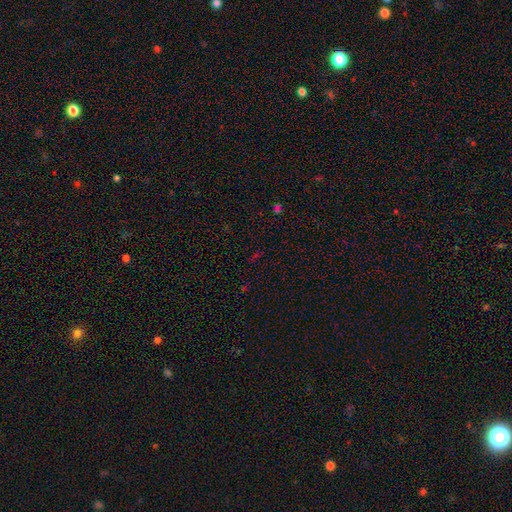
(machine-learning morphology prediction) type=star or artifact (67%).